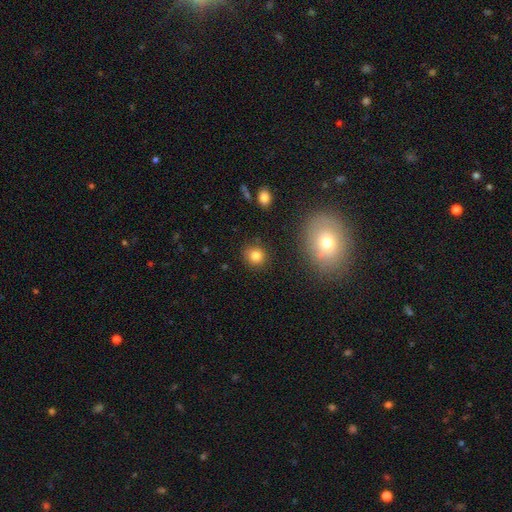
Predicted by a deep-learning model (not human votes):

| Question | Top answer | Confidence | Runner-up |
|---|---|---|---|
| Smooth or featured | smooth | 82% | star or artifact (12%) |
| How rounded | round | 86% | in between (13%) |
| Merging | none | 87% | minor disturbance (8%) |